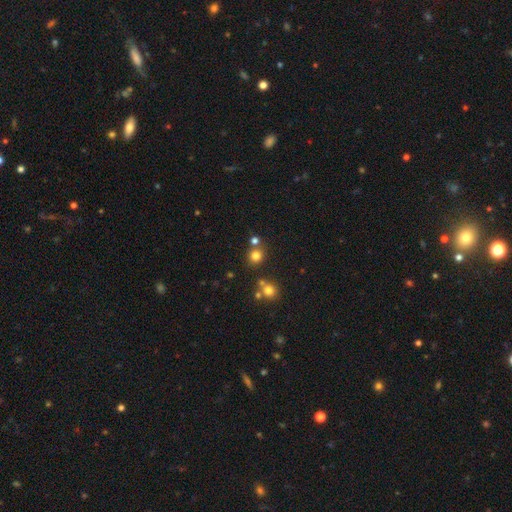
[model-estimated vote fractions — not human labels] Smooth or featured: smooth — 77% (star or artifact — 17%)
How rounded: round — 86% (in between — 13%)
Merging: none — 73% (merger — 16%)